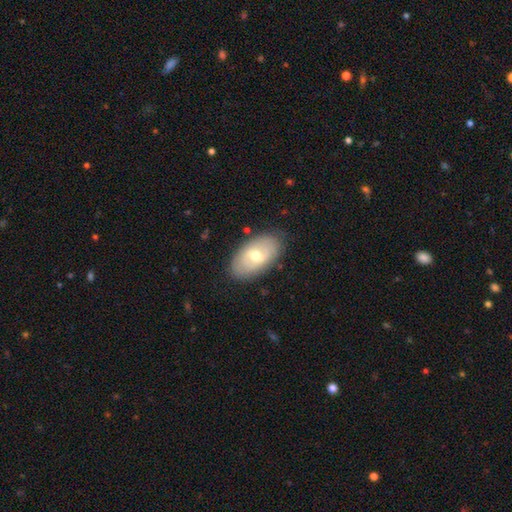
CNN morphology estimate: smooth_or_featured: featured or disk (p=0.51) [alt: smooth p=0.43]
disk_edge_on: no (p=0.89) [alt: yes p=0.11]
merging: none (p=0.82) [alt: minor disturbance p=0.13]